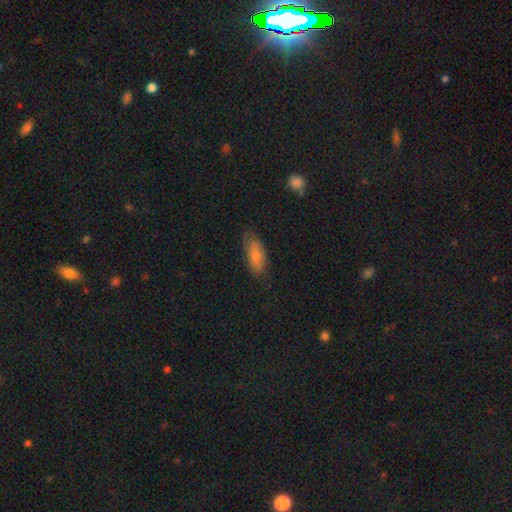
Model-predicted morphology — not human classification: Smooth or featured?
  - smooth: 71% *
  - featured or disk: 22%
  - star or artifact: 7%
How rounded?
  - in between: 83% *
  - cigar-shaped: 14%
  - round: 3%
Merging?
  - none: 68% *
  - minor disturbance: 25%
  - major disturbance: 6%
  - merger: 1%